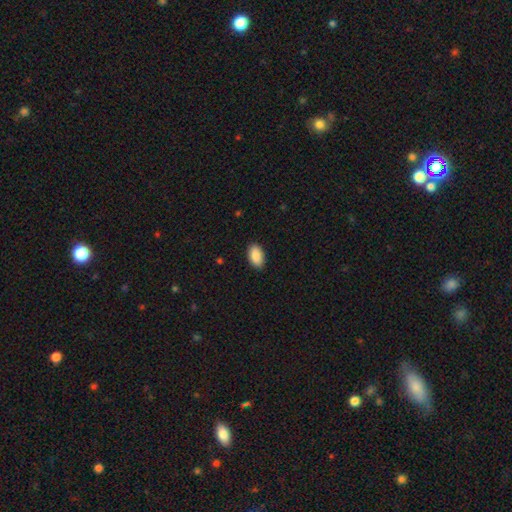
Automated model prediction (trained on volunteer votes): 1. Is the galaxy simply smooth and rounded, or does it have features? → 90% smooth, 7% star or artifact, 3% featured or disk.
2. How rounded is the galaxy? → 94% in between, 4% round, 2% cigar-shaped.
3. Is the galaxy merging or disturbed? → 89% none, 8% minor disturbance, 2% major disturbance, 1% merger.